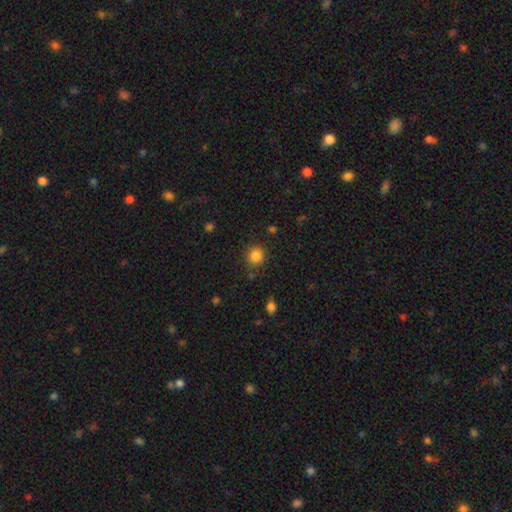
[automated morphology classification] smooth 85%, star or artifact 11%, featured or disk 4%. Down the decision tree: how rounded — round (87%); merging — none (82%).